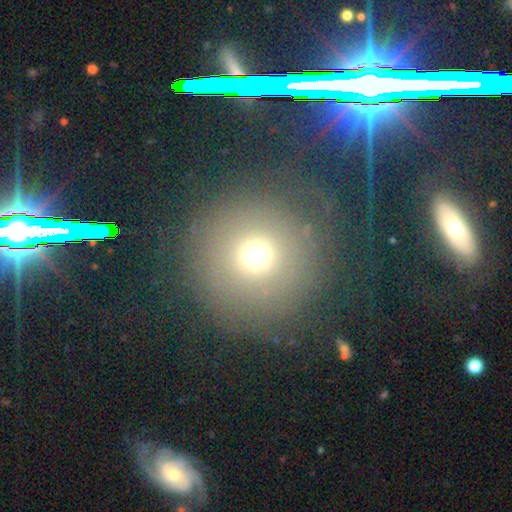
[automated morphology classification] Q: Smooth or featured?
A: smooth (65%); runner-up: star or artifact (18%)
Q: How rounded?
A: round (95%); runner-up: in between (4%)
Q: Merging?
A: none (67%); runner-up: major disturbance (16%)